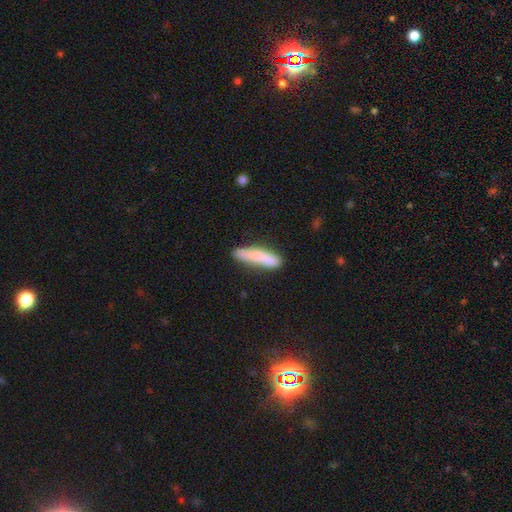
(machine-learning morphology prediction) A smooth galaxy with no disk features (80%) that is cigar-shaped (85%). Merging: none (73%).